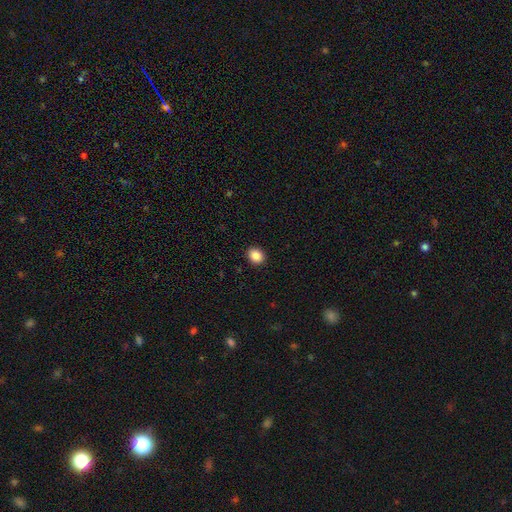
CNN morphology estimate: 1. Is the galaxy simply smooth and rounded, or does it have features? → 88% smooth, 9% star or artifact, 3% featured or disk.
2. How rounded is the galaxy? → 56% round, 43% in between, 1% cigar-shaped.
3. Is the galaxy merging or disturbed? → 92% none, 6% minor disturbance, 2% major disturbance, 1% merger.